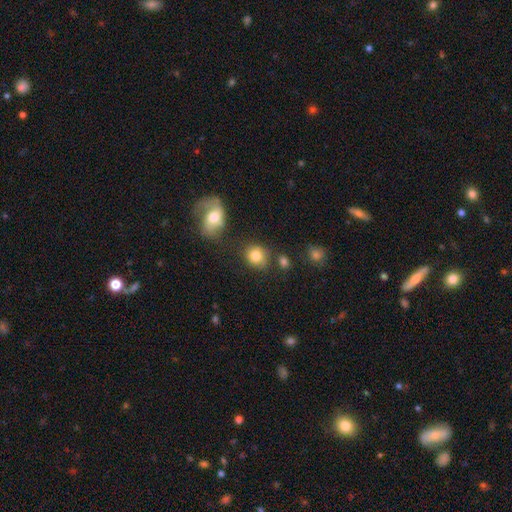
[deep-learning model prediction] This appears to be a smooth galaxy with no disk features (82%) that is round (71%). Merging: none (69%).